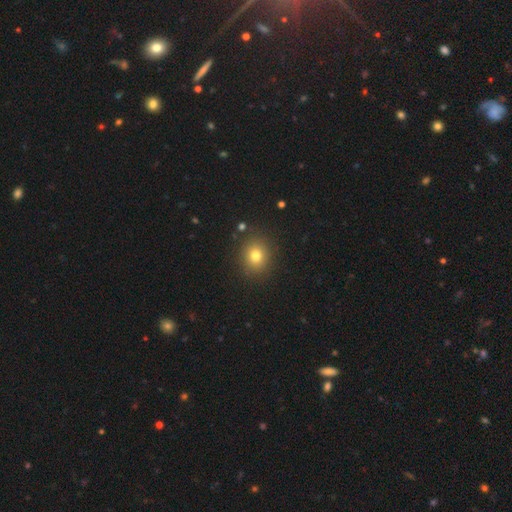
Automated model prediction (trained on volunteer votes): The model was most divided on "how rounded": round: 80%, in between: 19%, cigar-shaped: 1%. More confident: merging — none (89%); smooth or featured — smooth (77%).